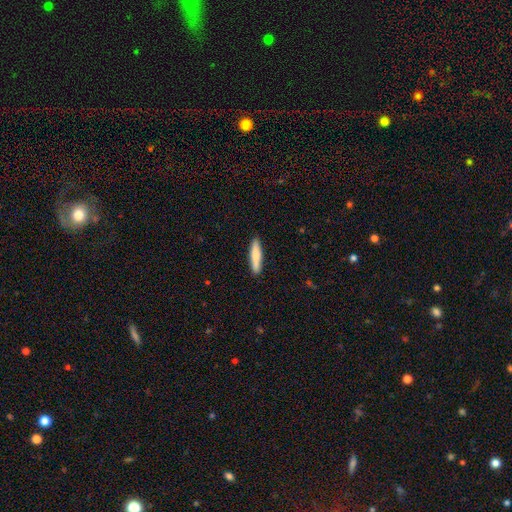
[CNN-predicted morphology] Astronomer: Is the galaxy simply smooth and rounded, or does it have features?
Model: smooth — 76%.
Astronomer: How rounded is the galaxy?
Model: cigar-shaped — 85%.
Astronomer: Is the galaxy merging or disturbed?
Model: none — 88%.